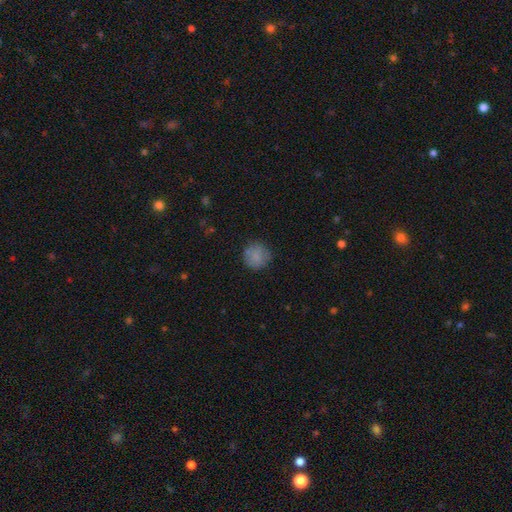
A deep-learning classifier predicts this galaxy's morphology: Smooth or featured: smooth — 82% (star or artifact — 9%)
How rounded: round — 92% (in between — 7%)
Merging: none — 81% (minor disturbance — 13%)